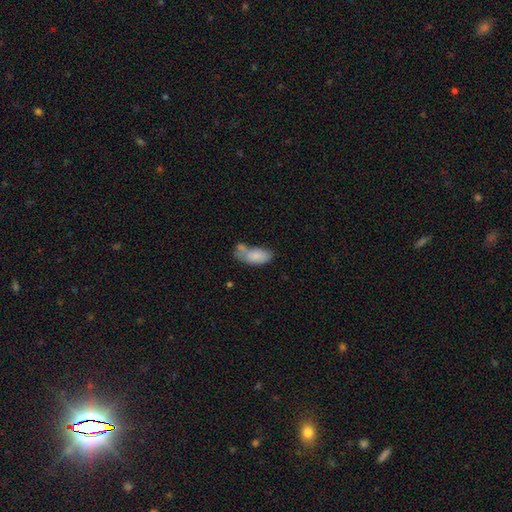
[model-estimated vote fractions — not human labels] smooth-or-featured: smooth: 80% | featured or disk: 13% | star or artifact: 7%
  how-rounded: in between: 90% | cigar-shaped: 7% | round: 3%
  merging: merger: 34% | none: 31% | minor disturbance: 22% | major disturbance: 13%